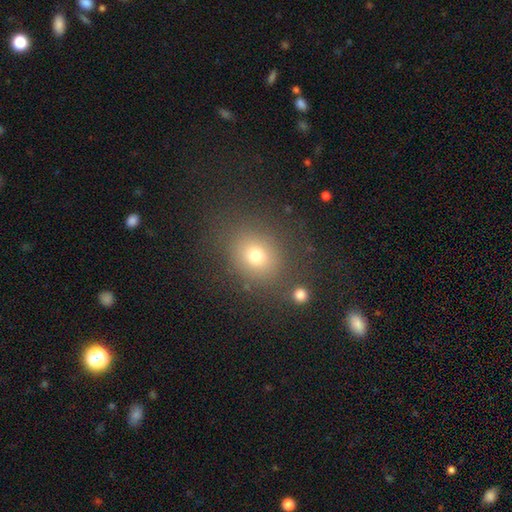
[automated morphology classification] The model was most divided on "how rounded": round: 67%, in between: 32%, cigar-shaped: 1%. More confident: merging — none (78%); smooth or featured — smooth (73%).